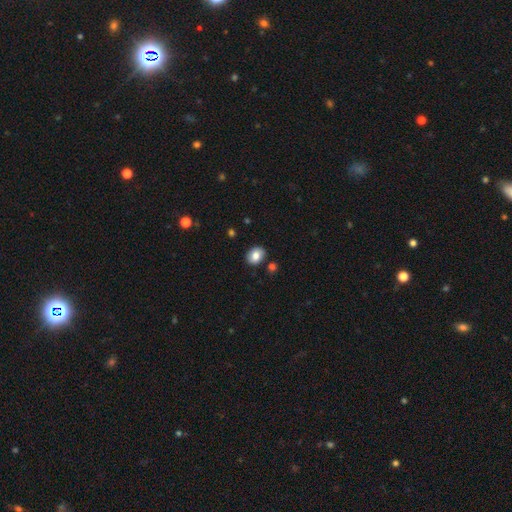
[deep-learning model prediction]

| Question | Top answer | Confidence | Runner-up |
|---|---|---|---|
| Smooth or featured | smooth | 81% | featured or disk (10%) |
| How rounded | in between | 51% | round (48%) |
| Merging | none | 85% | minor disturbance (9%) |